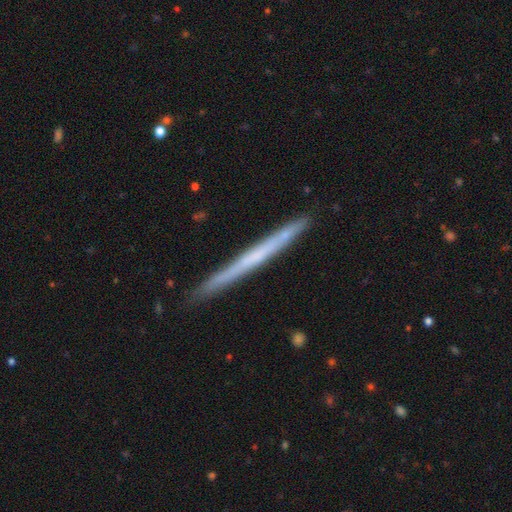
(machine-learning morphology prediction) smooth_or_featured: featured or disk (p=0.53) [alt: smooth p=0.42]
disk_edge_on: yes (p=0.97) [alt: no p=0.03]
edge_on_bulge: none (p=0.88) [alt: rounded p=0.09]
merging: none (p=0.90) [alt: minor disturbance p=0.08]